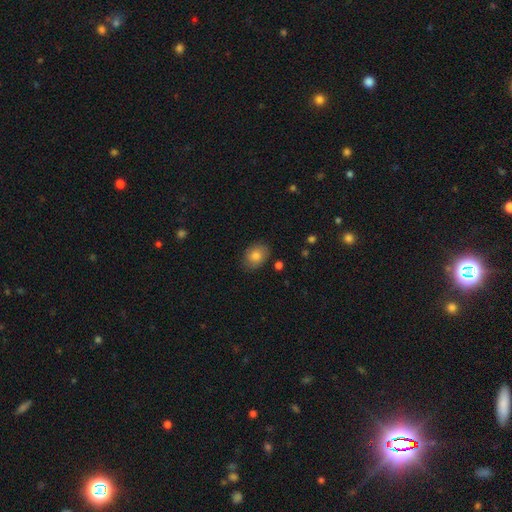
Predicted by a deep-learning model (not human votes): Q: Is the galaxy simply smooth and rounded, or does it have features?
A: smooth — 78%.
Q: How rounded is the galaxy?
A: in between — 63%.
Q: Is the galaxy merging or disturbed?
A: none — 80%.